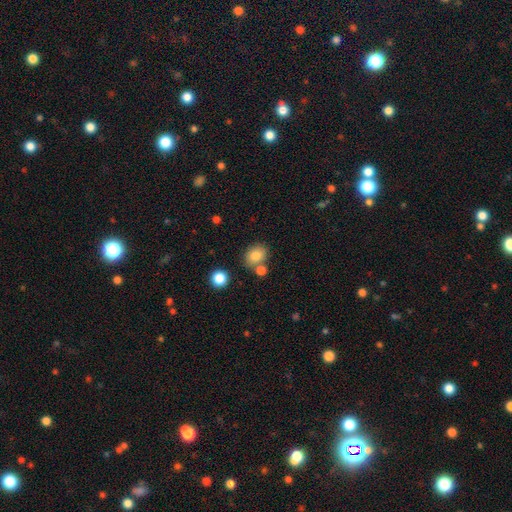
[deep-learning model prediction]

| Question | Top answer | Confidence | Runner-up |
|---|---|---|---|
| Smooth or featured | smooth | 82% | star or artifact (10%) |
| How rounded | in between | 53% | round (46%) |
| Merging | none | 68% | merger (16%) |